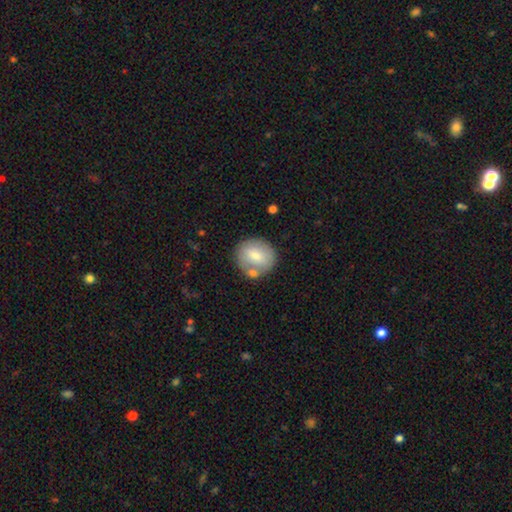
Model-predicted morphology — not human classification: A smooth galaxy with no disk features (73%) that is round (82%). Merging: none (67%).